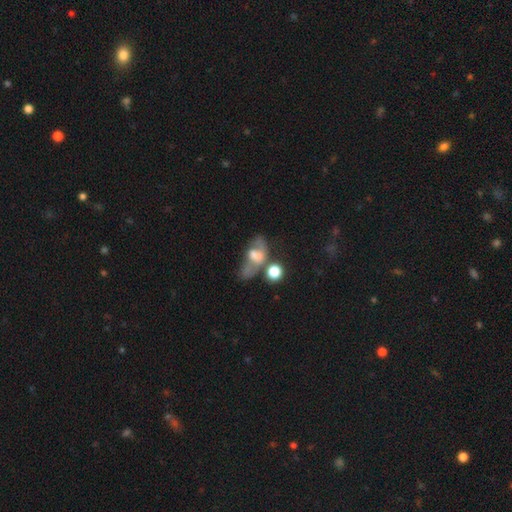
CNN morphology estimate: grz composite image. It shows a smooth galaxy with no disk features (45%). Merging: none (28%, tied with merger).